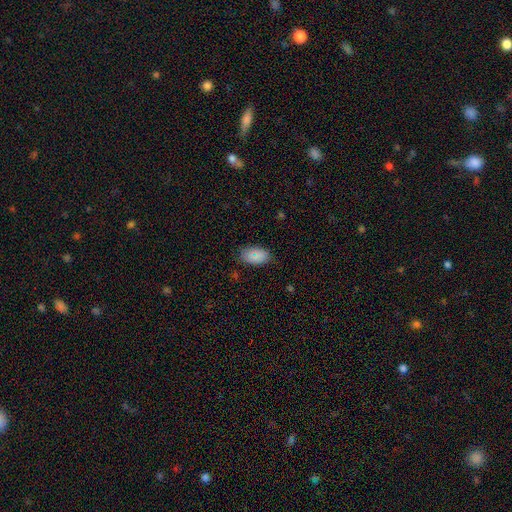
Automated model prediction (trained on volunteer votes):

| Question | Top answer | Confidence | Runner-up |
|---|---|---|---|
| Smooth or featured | smooth | 84% | star or artifact (9%) |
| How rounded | in between | 94% | round (5%) |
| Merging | none | 82% | minor disturbance (14%) |